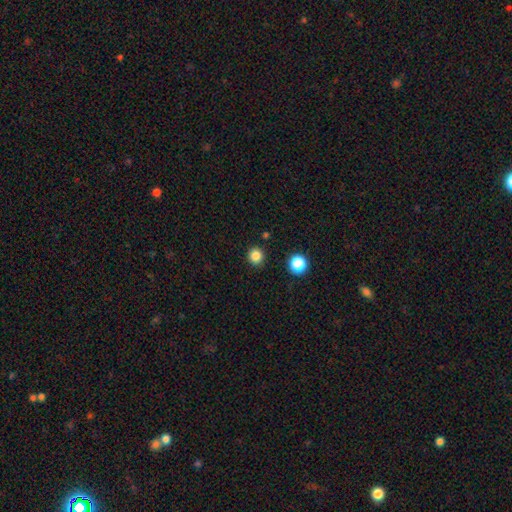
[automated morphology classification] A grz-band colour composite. It shows a smooth galaxy with no disk features (84%) that is round (94%). Merging: none (91%).